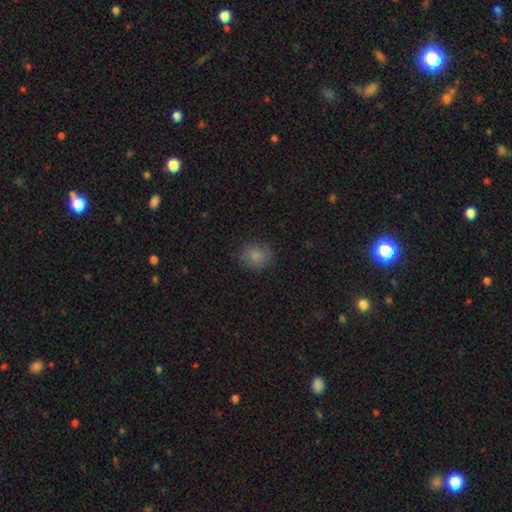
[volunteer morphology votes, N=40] Overall: smooth (80%). How rounded: round (75%). Merging: none (86%).